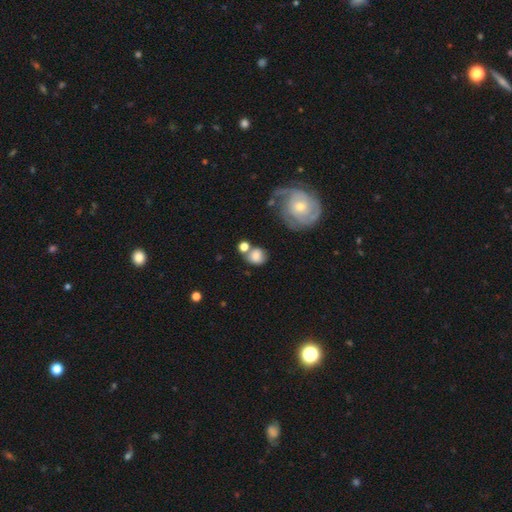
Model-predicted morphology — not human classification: Q: Smooth or featured?
A: smooth (73%); runner-up: featured or disk (18%)
Q: How rounded?
A: round (66%); runner-up: in between (33%)
Q: Merging?
A: none (55%); runner-up: merger (21%)